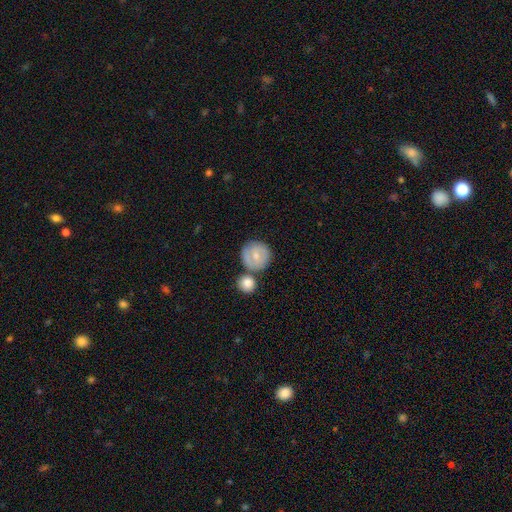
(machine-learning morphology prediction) smooth_or_featured: smooth (p=0.60) [alt: featured or disk p=0.34]
how_rounded: round (p=0.92) [alt: in between p=0.07]
merging: none (p=0.63) [alt: merger p=0.20]